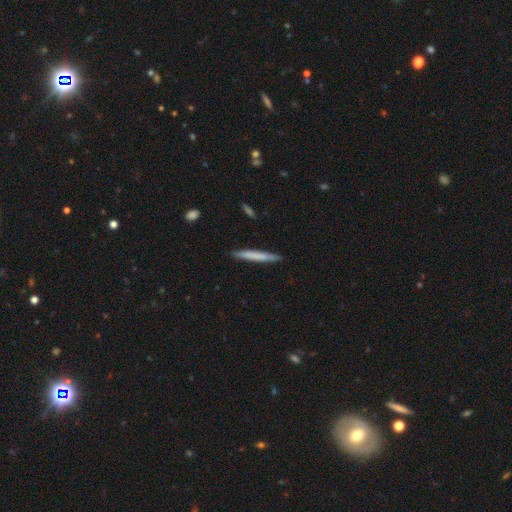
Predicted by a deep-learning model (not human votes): Overall: smooth (67%). How rounded: cigar-shaped (96%). Merging: none (88%).